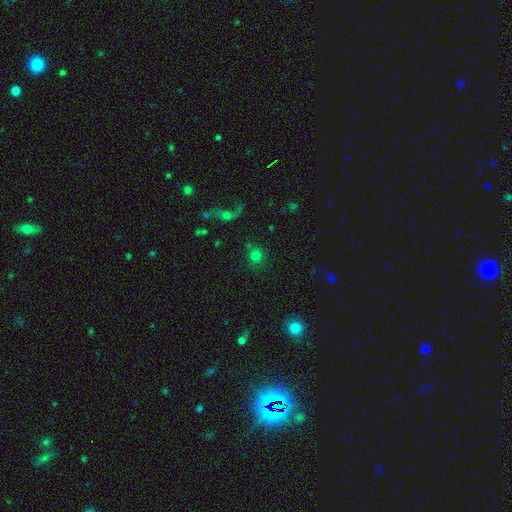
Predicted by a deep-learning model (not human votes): Morphology: type=smooth (76%); roundness=round (90%); merging=none (77%).